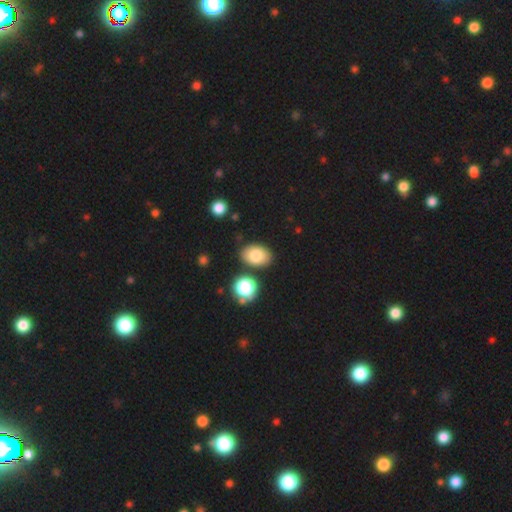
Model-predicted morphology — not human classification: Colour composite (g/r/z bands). It shows a smooth galaxy with no disk features (81%) that is in between round and cigar-shaped (85%). Merging: none (79%).